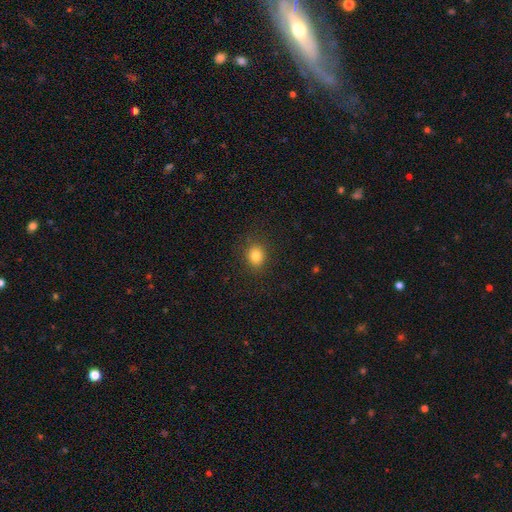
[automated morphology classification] Smooth or featured?
  - smooth: 83% *
  - star or artifact: 11%
  - featured or disk: 5%
How rounded?
  - round: 72% *
  - in between: 27%
  - cigar-shaped: 1%
Merging?
  - none: 88% *
  - minor disturbance: 8%
  - major disturbance: 3%
  - merger: 1%